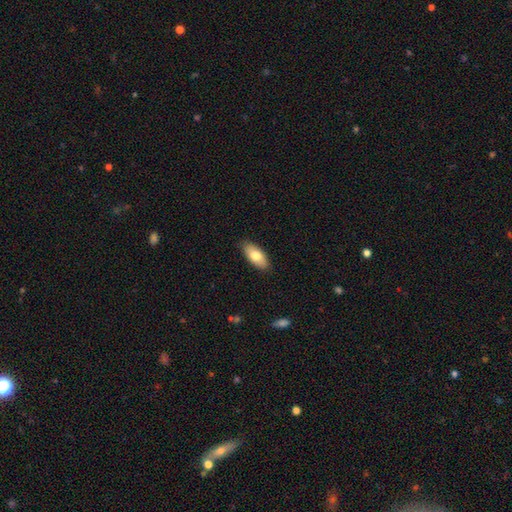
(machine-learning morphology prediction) Smooth or featured? Predicted: smooth (p=0.77). How rounded? Predicted: in between (p=0.89). Merging? Predicted: none (p=0.87).